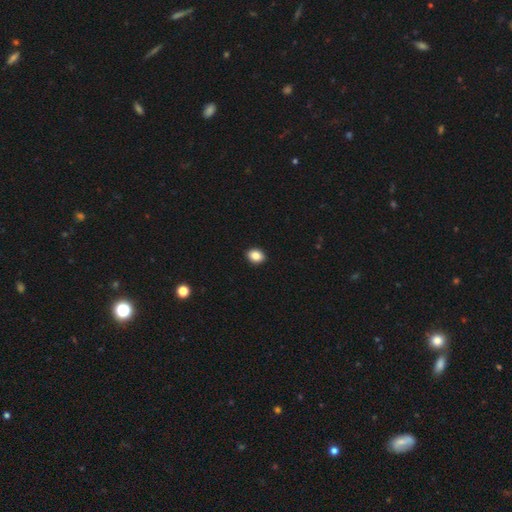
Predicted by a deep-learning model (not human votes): Morphology: type=smooth (87%); roundness=in between (60%); merging=none (92%).